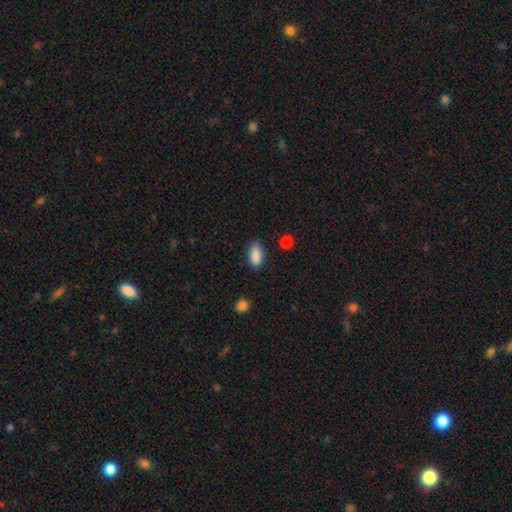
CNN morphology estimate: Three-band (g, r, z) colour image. It shows a smooth galaxy with no disk features (88%) that is in between round and cigar-shaped (86%). Merging: none (82%).